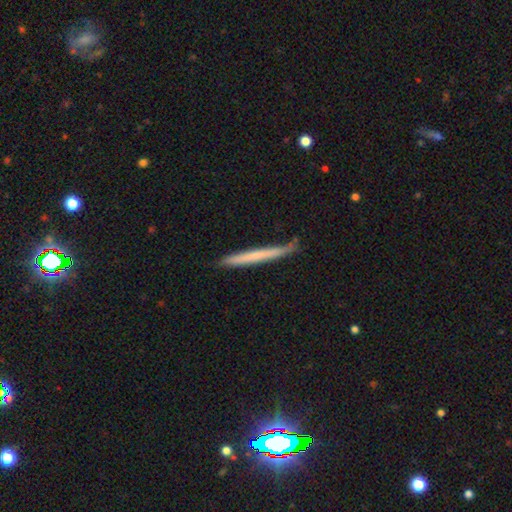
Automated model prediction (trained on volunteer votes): Smooth or featured? smooth (56%)
How rounded? cigar-shaped (97%)
Merging? none (77%)